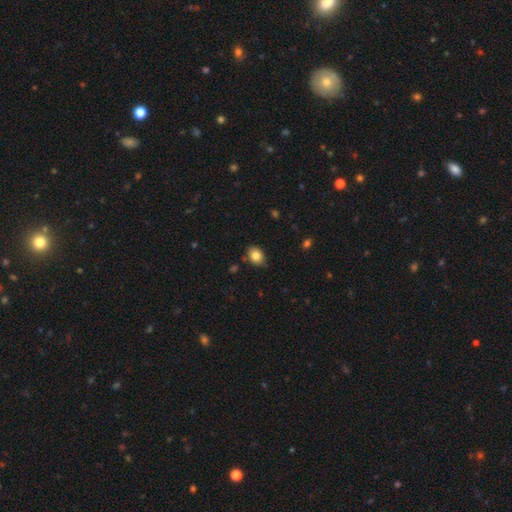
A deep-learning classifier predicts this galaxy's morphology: This is clearly a smooth galaxy (83%). How rounded: possibly in between (52%). Merging: likely none (77%).